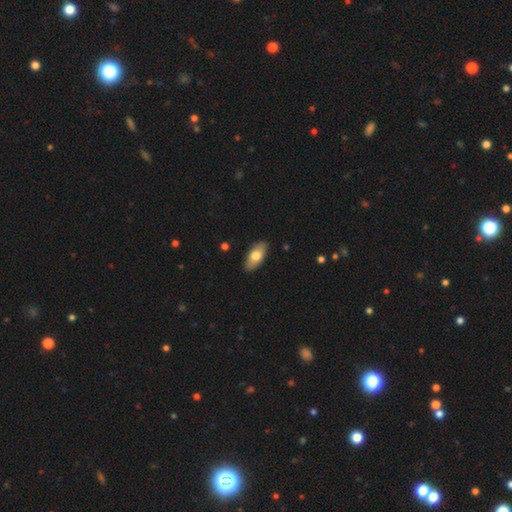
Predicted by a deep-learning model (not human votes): Smooth or featured? Predicted: smooth (p=0.73). How rounded? Predicted: in between (p=0.89). Merging? Predicted: none (p=0.88).